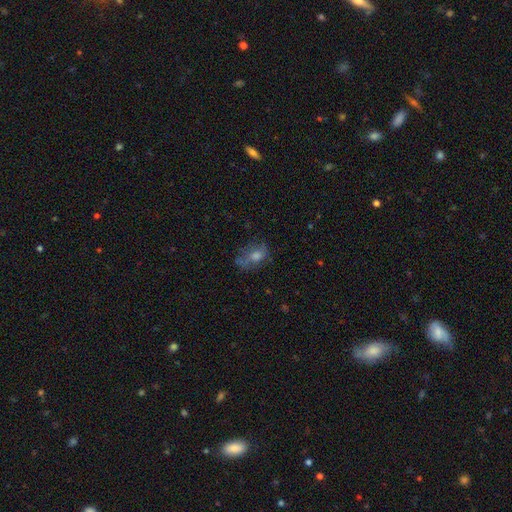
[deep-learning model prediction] Smooth or featured? smooth (50%)
Merging? none (51%)